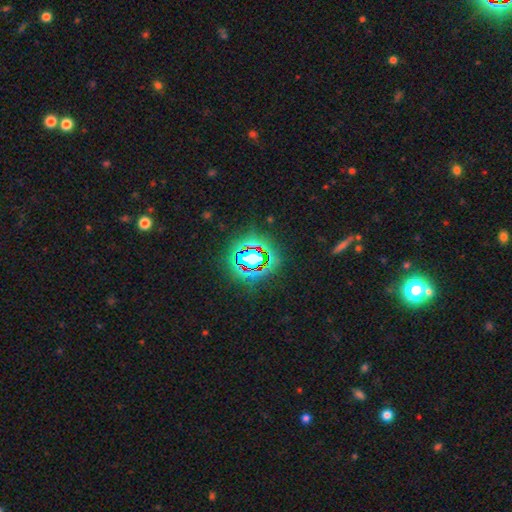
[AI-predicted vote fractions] Morphology: type=star or artifact (71%).